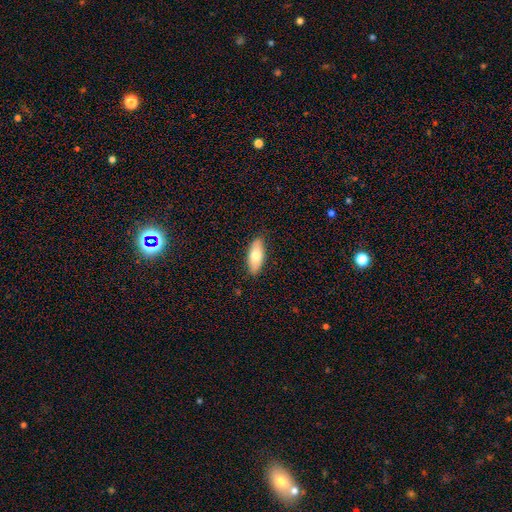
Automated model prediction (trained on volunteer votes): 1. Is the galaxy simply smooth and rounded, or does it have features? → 72% smooth, 22% featured or disk, 6% star or artifact.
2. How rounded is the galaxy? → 80% in between, 17% cigar-shaped, 2% round.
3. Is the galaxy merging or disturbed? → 87% none, 10% minor disturbance, 2% major disturbance, 1% merger.